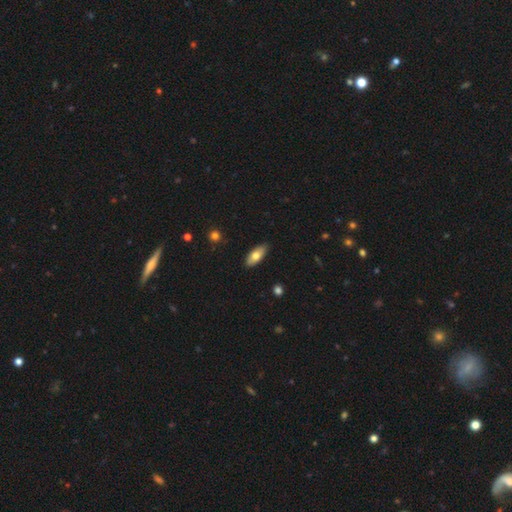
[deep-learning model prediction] smooth-or-featured: smooth: 73% | featured or disk: 21% | star or artifact: 6%
  how-rounded: in between: 82% | cigar-shaped: 15% | round: 2%
  merging: none: 86% | minor disturbance: 11% | major disturbance: 2% | merger: 1%